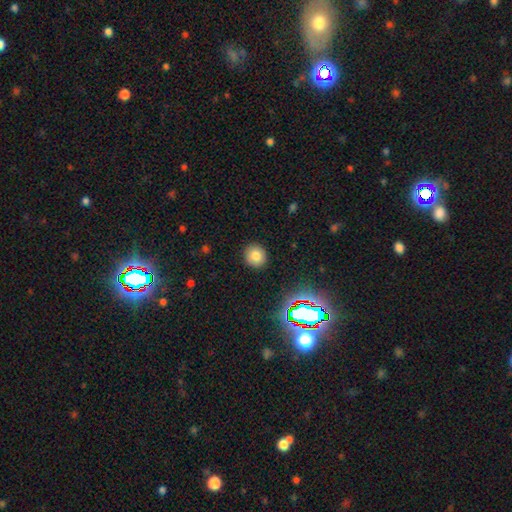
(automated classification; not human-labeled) Smooth or featured?
  - smooth: 78% *
  - star or artifact: 14%
  - featured or disk: 8%
How rounded?
  - round: 90% *
  - in between: 9%
  - cigar-shaped: 1%
Merging?
  - none: 91% *
  - minor disturbance: 6%
  - major disturbance: 2%
  - merger: 1%